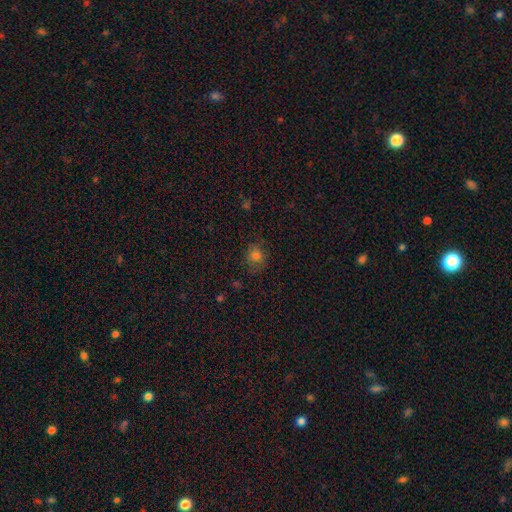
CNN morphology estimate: The model was most divided on "how rounded": round: 74%, in between: 25%, cigar-shaped: 1%. More confident: merging — none (78%); smooth or featured — smooth (77%).